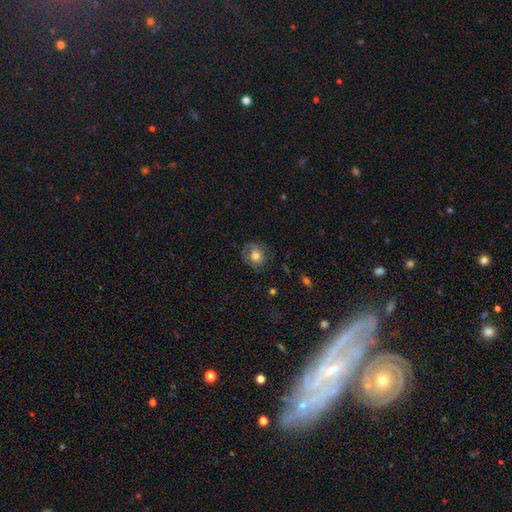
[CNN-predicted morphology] Smooth or featured: smooth — 55% (featured or disk — 35%)
How rounded: round — 77% (in between — 22%)
Merging: none — 69% (minor disturbance — 20%)